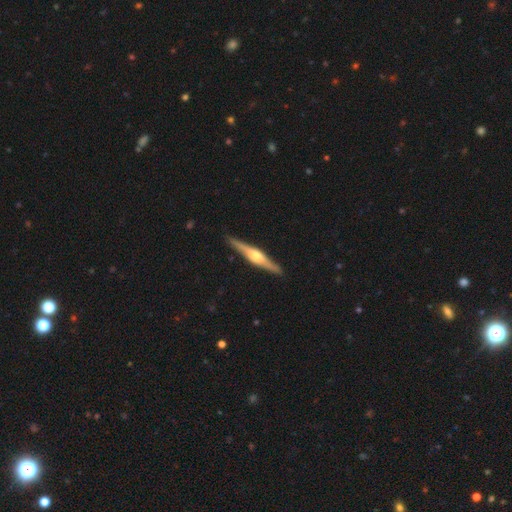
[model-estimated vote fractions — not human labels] smooth-or-featured: featured or disk: 78% | smooth: 18% | star or artifact: 4%
  disk-edge-on: yes: 98% | no: 2%
    edge-on-bulge: rounded: 88% | boxy: 9% | none: 3%
  merging: none: 90% | minor disturbance: 7% | major disturbance: 1% | merger: 1%